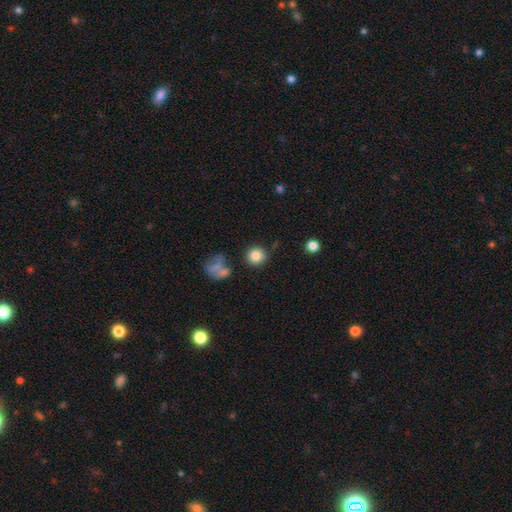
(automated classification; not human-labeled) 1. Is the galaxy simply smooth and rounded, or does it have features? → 84% smooth, 10% star or artifact, 6% featured or disk.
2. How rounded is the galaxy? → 90% round, 9% in between, 1% cigar-shaped.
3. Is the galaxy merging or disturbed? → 81% none, 9% minor disturbance, 6% merger, 4% major disturbance.